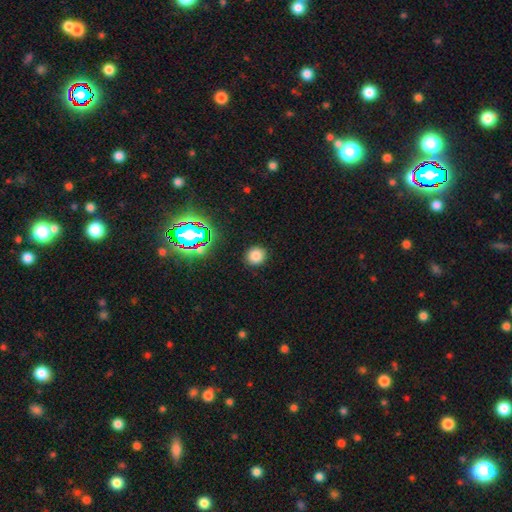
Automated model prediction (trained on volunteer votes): Overall: smooth (78%). How rounded: round (86%). Merging: none (90%).